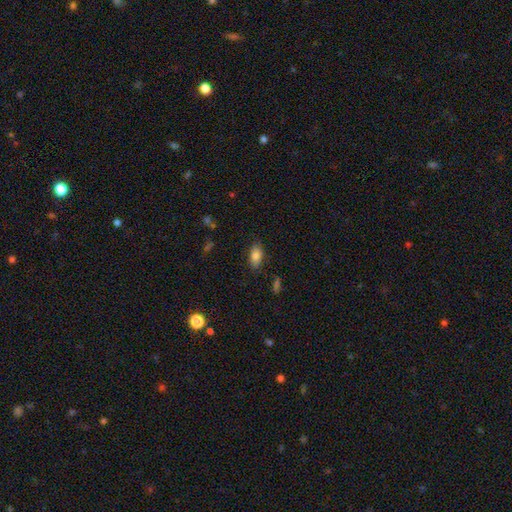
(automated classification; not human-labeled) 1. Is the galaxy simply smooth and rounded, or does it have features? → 82% smooth, 9% featured or disk, 9% star or artifact.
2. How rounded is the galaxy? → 90% in between, 7% round, 3% cigar-shaped.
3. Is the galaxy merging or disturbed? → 83% none, 12% minor disturbance, 3% major disturbance, 1% merger.